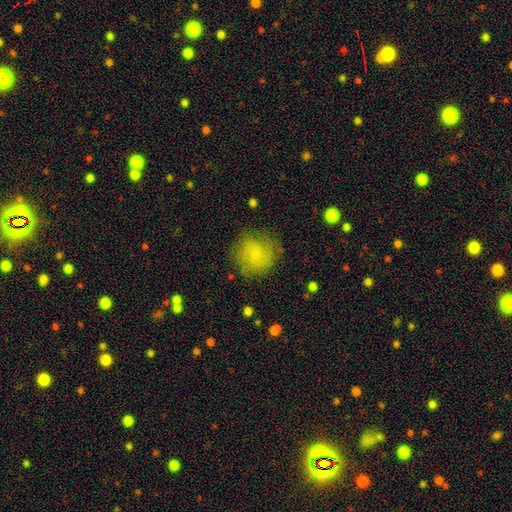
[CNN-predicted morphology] Smooth or featured?
  - smooth: 66% *
  - featured or disk: 24%
  - star or artifact: 10%
How rounded?
  - round: 90% *
  - in between: 9%
  - cigar-shaped: 1%
Merging?
  - none: 75% *
  - minor disturbance: 17%
  - major disturbance: 7%
  - merger: 1%